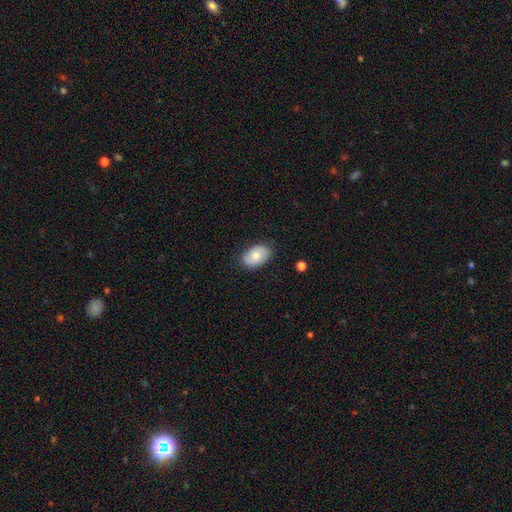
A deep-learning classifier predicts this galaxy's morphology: type=smooth (67%); roundness=in between (88%); merging=none (81%).